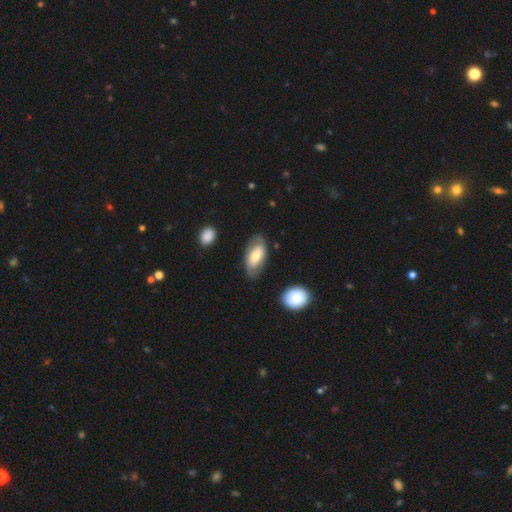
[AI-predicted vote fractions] Overall: smooth (60%; featured or disk 34%). How rounded: in between (91%). Merging: none (74%).